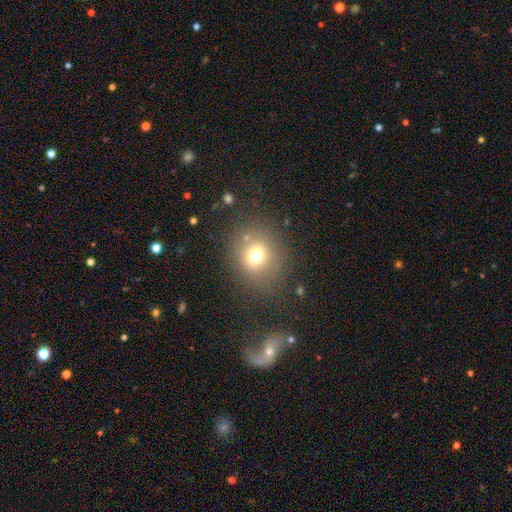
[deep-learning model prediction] Smooth or featured?
  - smooth: 70% *
  - star or artifact: 17%
  - featured or disk: 13%
How rounded?
  - round: 77% *
  - in between: 22%
  - cigar-shaped: 1%
Merging?
  - none: 78% *
  - minor disturbance: 12%
  - major disturbance: 7%
  - merger: 4%